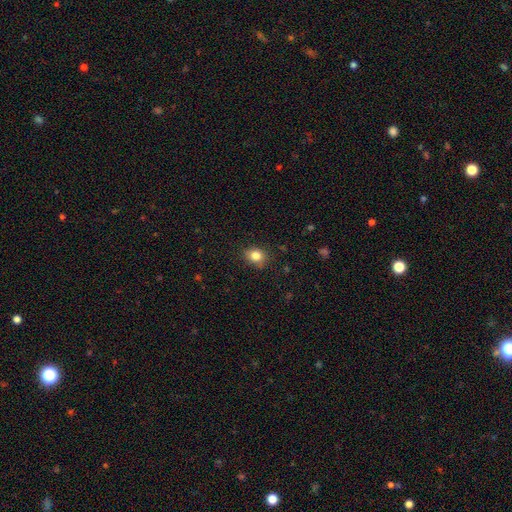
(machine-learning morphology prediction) Smooth or featured: smooth — 83% (star or artifact — 10%)
How rounded: round — 52% (in between — 47%)
Merging: none — 81% (minor disturbance — 15%)